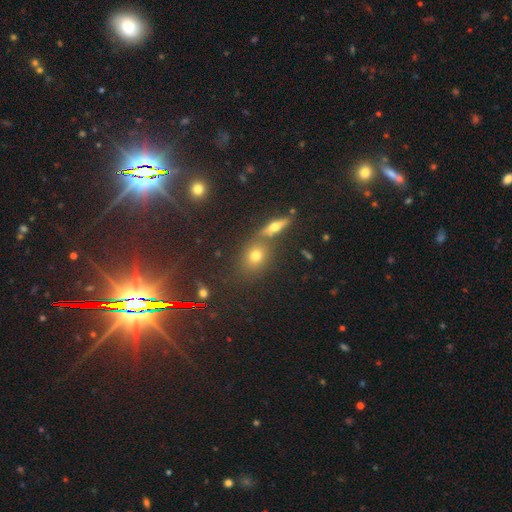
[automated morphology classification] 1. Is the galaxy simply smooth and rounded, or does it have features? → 65% smooth, 19% star or artifact, 17% featured or disk.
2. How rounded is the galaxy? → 52% round, 43% in between, 5% cigar-shaped.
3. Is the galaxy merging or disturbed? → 67% none, 19% merger, 10% minor disturbance, 4% major disturbance.